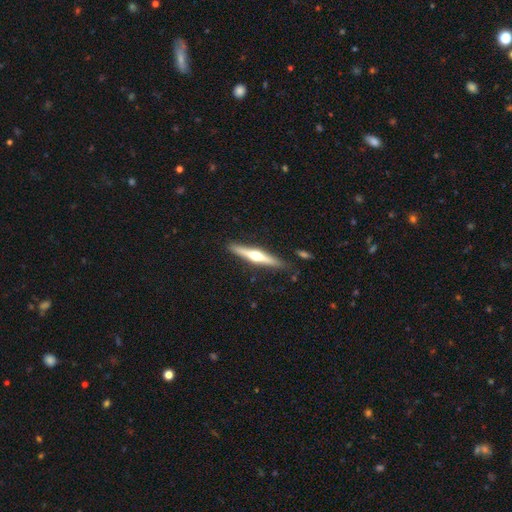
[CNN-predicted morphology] Smooth or featured: featured or disk — 68% (smooth — 27%)
Edge-on disk: yes — 97% (no — 3%)
Edge-on bulge: rounded — 93% (boxy — 4%)
Merging: none — 87% (minor disturbance — 9%)